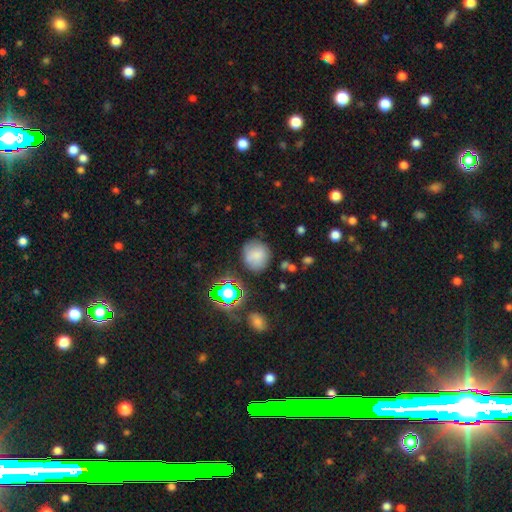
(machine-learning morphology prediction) Smooth or featured: smooth — 74% (star or artifact — 16%)
How rounded: round — 85% (in between — 14%)
Merging: none — 75% (minor disturbance — 16%)